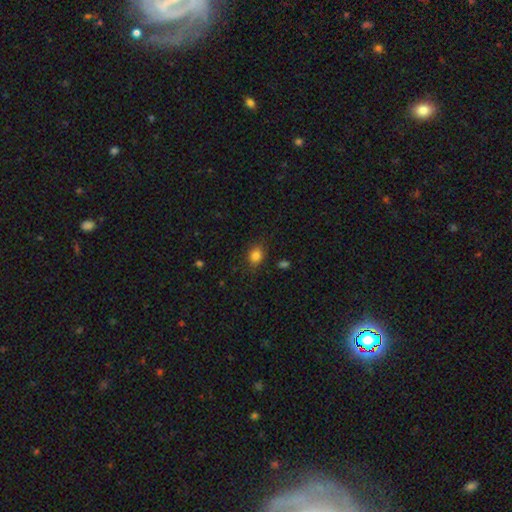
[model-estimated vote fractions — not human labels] Smooth or featured? smooth (83%)
How rounded? round (54%)
Merging? none (83%)